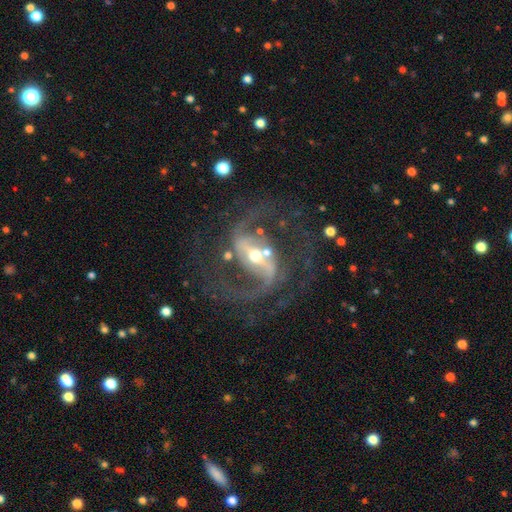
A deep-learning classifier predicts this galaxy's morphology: smooth-or-featured: featured or disk: 91% | star or artifact: 5% | smooth: 4%
  disk-edge-on: no: 97% | yes: 3%
    bar: strong: 64% | weak: 25% | no: 10%
    has-spiral-arms: yes: 97% | no: 3%
      spiral-winding: medium: 54% | loose: 36% | tight: 11%
      spiral-arm-count: 2: 91% | can't tell: 2% | 3: 2% | 1: 2% | 4: 1% | more than 4: 1%
    bulge-size: moderate: 60% | small: 32% | large: 5% | dominant: 1% | none: 1%
  merging: none: 68% | minor disturbance: 14% | major disturbance: 13% | merger: 5%